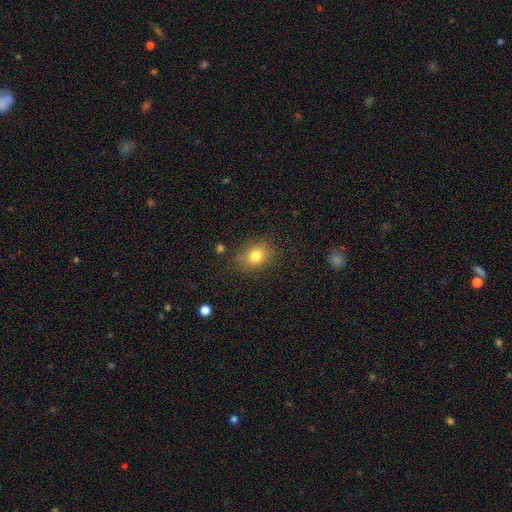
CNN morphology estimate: Overall: smooth (79%). How rounded: in between (56%; round 42%). Merging: none (80%).